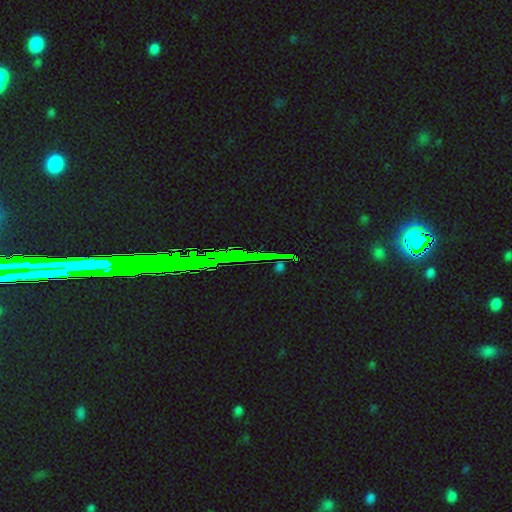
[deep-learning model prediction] Q: Smooth or featured?
A: star or artifact (78%); runner-up: featured or disk (12%)